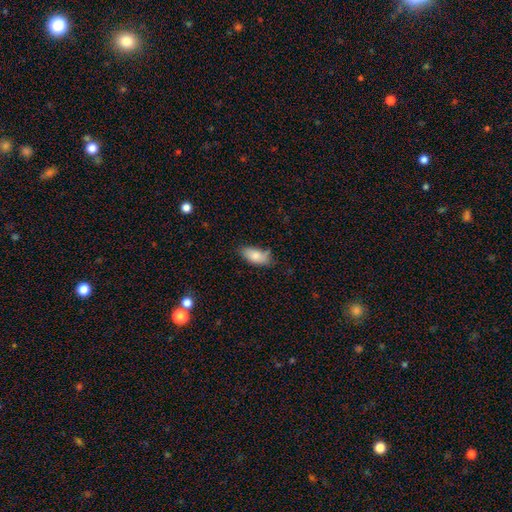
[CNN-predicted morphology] A smooth galaxy with no disk features (82%) that is in between round and cigar-shaped (89%).

Vote fractions:
- Smooth or featured? smooth: 82% / featured or disk: 11% / star or artifact: 7%
- How rounded? in between: 89% / cigar-shaped: 8% / round: 3%
- Merging? none: 62% / minor disturbance: 28% / major disturbance: 6% / merger: 4%